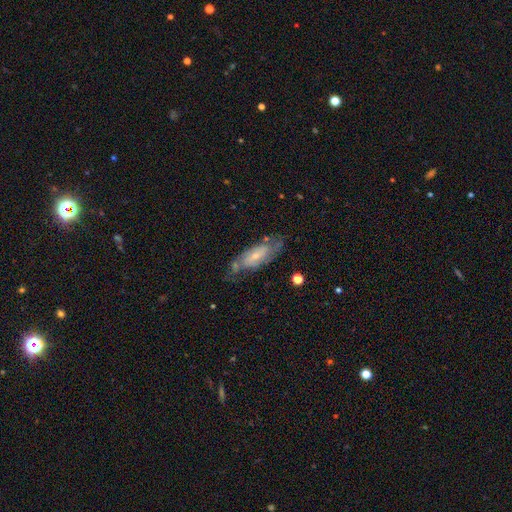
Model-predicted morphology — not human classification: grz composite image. It shows a featured or disk galaxy (63%) with no bar (51%), spiral arms (76%) and a small central bulge (64%). Merging: none (57%).